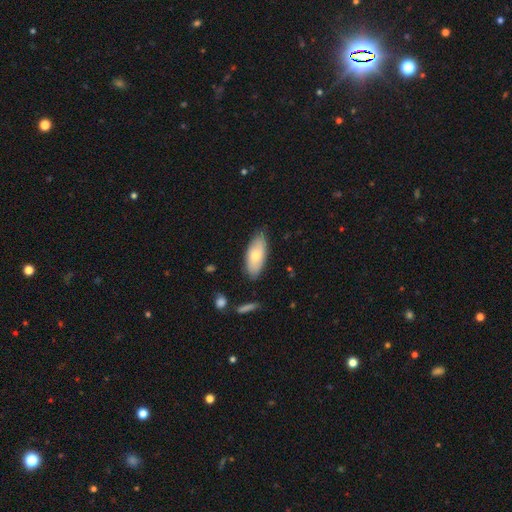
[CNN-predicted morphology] Overall: smooth (72%). How rounded: in between (86%). Merging: none (79%).